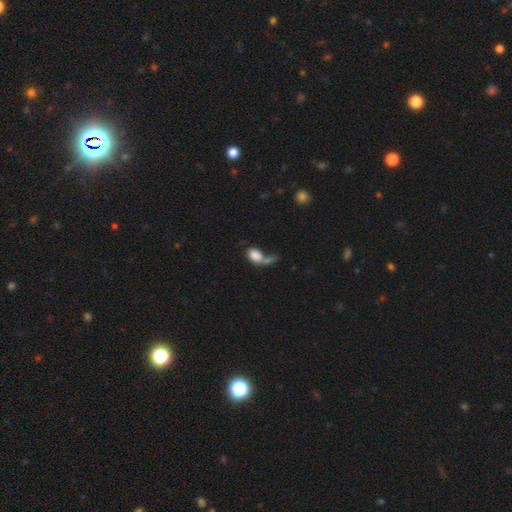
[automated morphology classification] smooth-or-featured: smooth: 81% | featured or disk: 10% | star or artifact: 9%
  how-rounded: in between: 81% | round: 17% | cigar-shaped: 2%
  merging: merger: 48% | none: 25% | major disturbance: 15% | minor disturbance: 12%